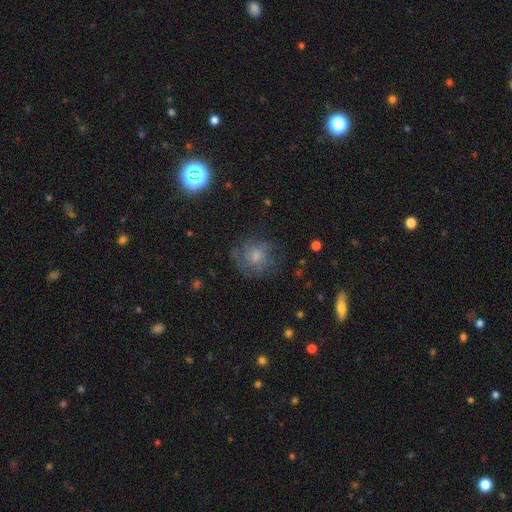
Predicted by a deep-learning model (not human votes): A featured or disk galaxy (44%). Merging: none (71%).